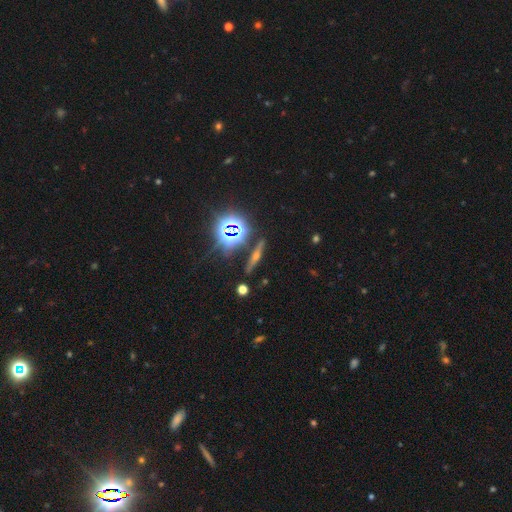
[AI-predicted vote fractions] Smooth or featured? Predicted: featured or disk (p=0.50). Edge-on disk? Predicted: yes (p=0.91). Merging? Predicted: none (p=0.86).